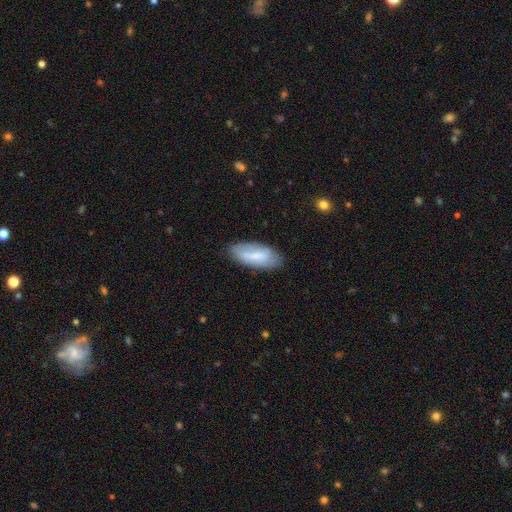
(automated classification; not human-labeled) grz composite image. It shows a smooth galaxy with no disk features (66%) that is in between round and cigar-shaped (82%). Merging: none (77%).